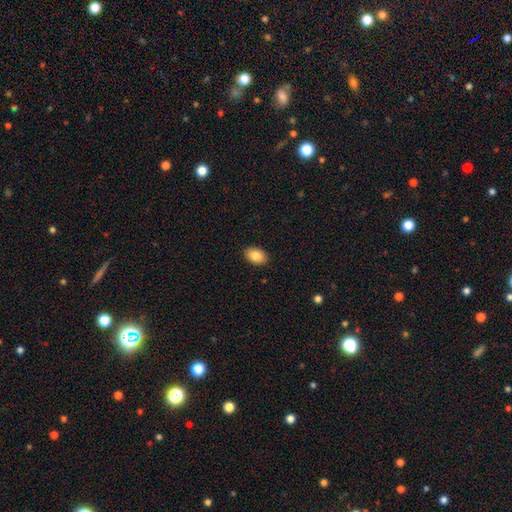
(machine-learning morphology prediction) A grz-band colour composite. It shows a smooth galaxy with no disk features (85%) that is in between round and cigar-shaped (86%). Merging: none (90%).